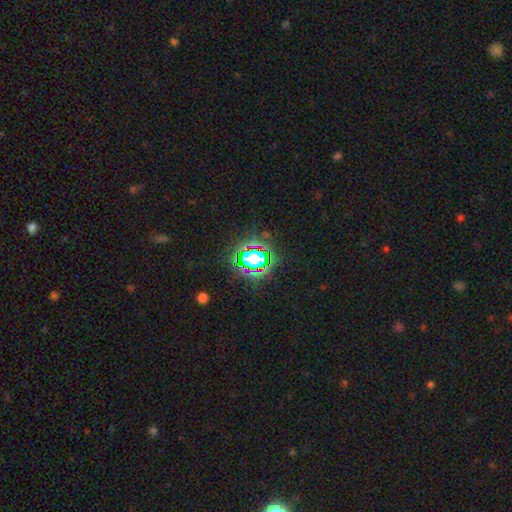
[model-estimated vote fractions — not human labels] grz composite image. It shows a star or artifact, not a galaxy (78%).